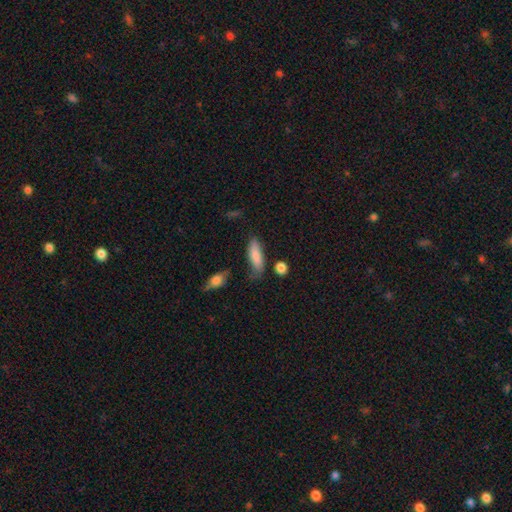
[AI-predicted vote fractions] Smooth or featured? Predicted: smooth (p=0.83). How rounded? Predicted: in between (p=0.57). Merging? Predicted: none (p=0.67).